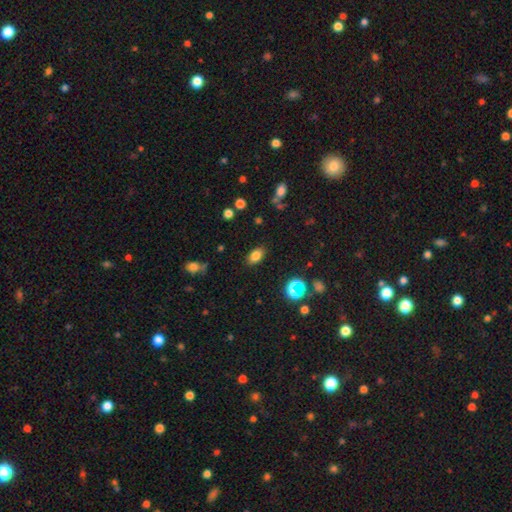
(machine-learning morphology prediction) smooth_or_featured: smooth (p=0.78) [alt: star or artifact p=0.14]
how_rounded: in between (p=0.87) [alt: round p=0.11]
merging: none (p=0.85) [alt: minor disturbance p=0.10]